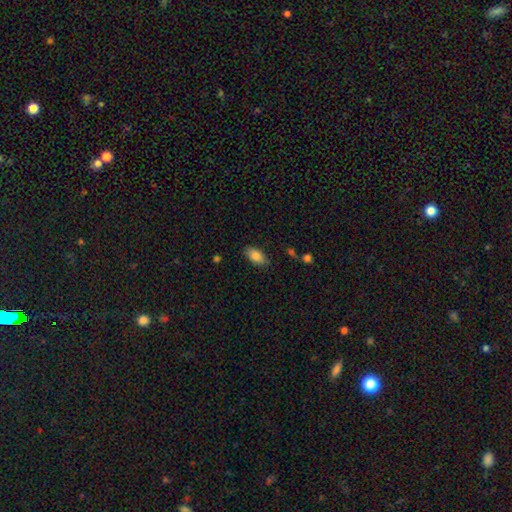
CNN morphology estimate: A smooth galaxy with no disk features (85%) that is in between round and cigar-shaped (92%). Merging: none (83%).